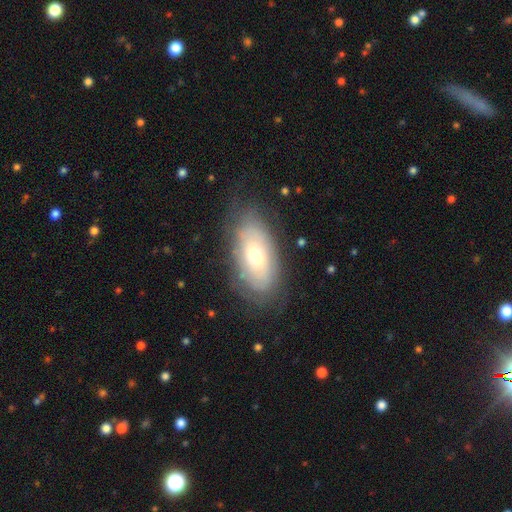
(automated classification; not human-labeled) smooth_or_featured: smooth (p=0.47) [alt: featured or disk p=0.45]
merging: none (p=0.73) [alt: minor disturbance p=0.19]